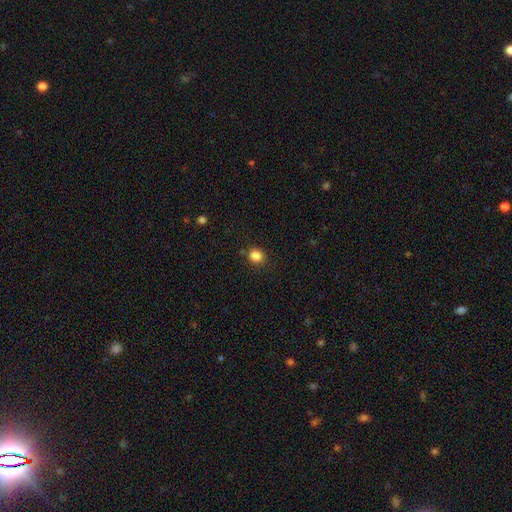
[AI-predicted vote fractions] A smooth galaxy with no disk features (84%) that is round (85%).

Vote fractions:
- Smooth or featured? smooth: 84% / star or artifact: 12% / featured or disk: 4%
- How rounded? round: 85% / in between: 14% / cigar-shaped: 1%
- Merging? none: 87% / minor disturbance: 8% / merger: 2% / major disturbance: 2%